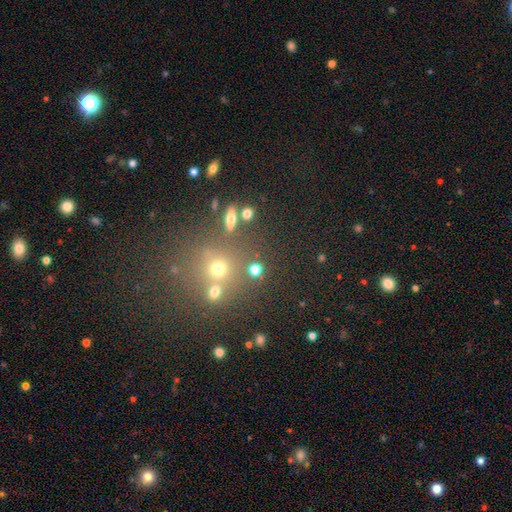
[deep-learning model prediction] Morphology: type=star or artifact (50%).